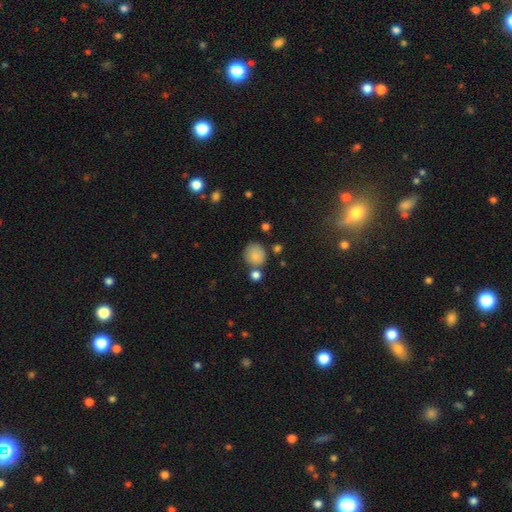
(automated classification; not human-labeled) Smooth or featured? Predicted: smooth (p=0.83). How rounded? Predicted: round (p=0.85). Merging? Predicted: none (p=0.69).